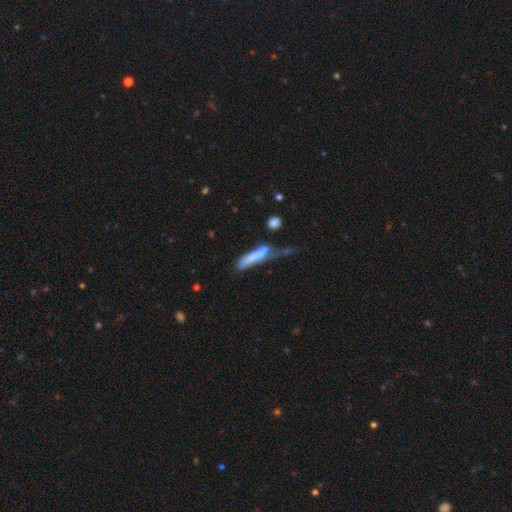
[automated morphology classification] smooth-or-featured: smooth: 65% | featured or disk: 28% | star or artifact: 8%
  how-rounded: cigar-shaped: 82% | in between: 16% | round: 2%
  merging: none: 27% (tied) | major disturbance: 27% (tied) | minor disturbance: 26% | merger: 20%